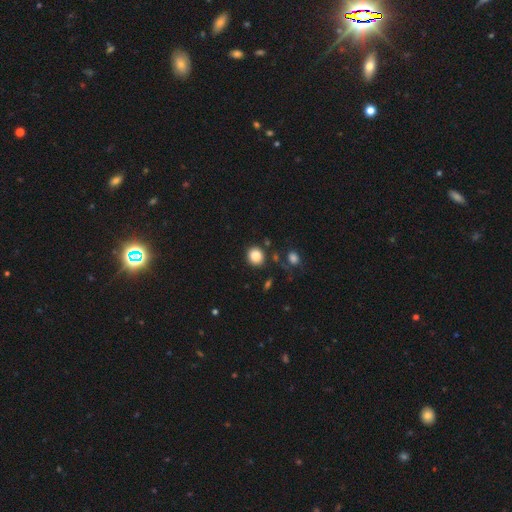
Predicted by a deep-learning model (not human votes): This appears to be a smooth galaxy with no disk features (85%) that is round (78%). Merging: none (84%).